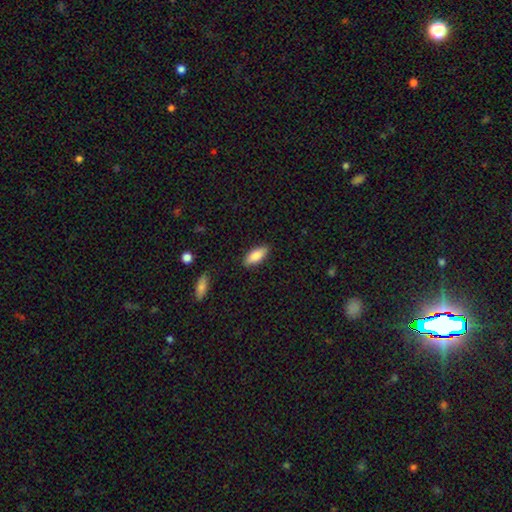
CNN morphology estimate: smooth 83%, featured or disk 10%, star or artifact 6%. Down the decision tree: how rounded — in between (79%); merging — none (85%).